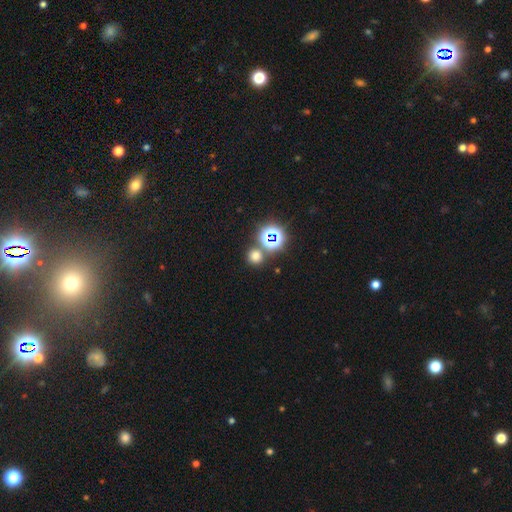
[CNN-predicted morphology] smooth 64%, star or artifact 29%, featured or disk 6%. Down the decision tree: how rounded — round (89%); merging — none (77%).